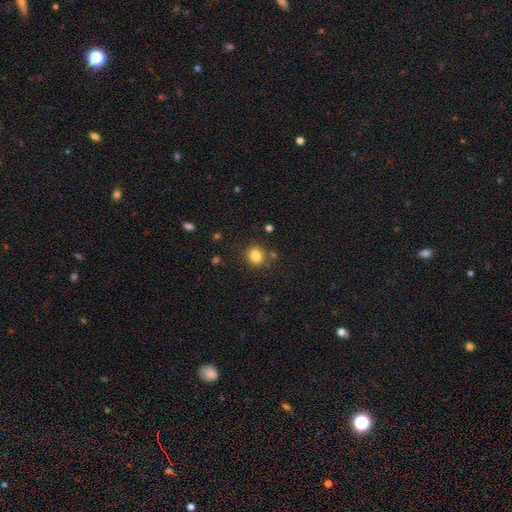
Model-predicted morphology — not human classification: Smooth or featured: smooth — 82% (star or artifact — 12%)
How rounded: round — 80% (in between — 19%)
Merging: none — 83% (minor disturbance — 10%)